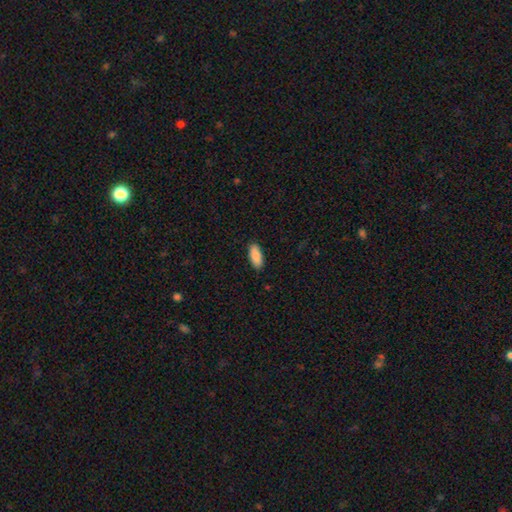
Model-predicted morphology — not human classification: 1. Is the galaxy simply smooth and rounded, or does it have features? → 89% smooth, 6% star or artifact, 5% featured or disk.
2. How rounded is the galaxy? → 83% in between, 16% cigar-shaped, 2% round.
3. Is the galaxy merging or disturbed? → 89% none, 8% minor disturbance, 2% major disturbance, 1% merger.